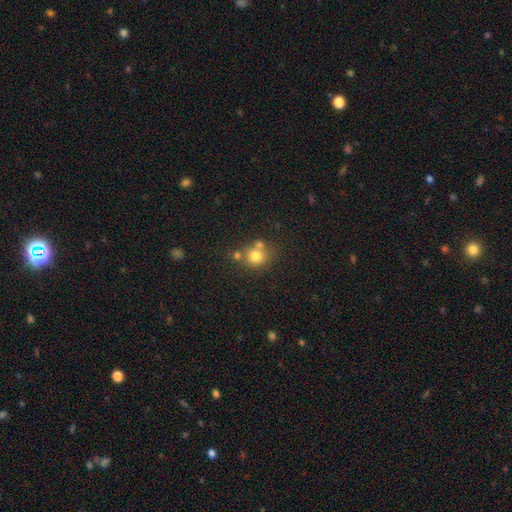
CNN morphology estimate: Overall: smooth (76%). How rounded: round (84%). Merging: none (55%; merger 29%).